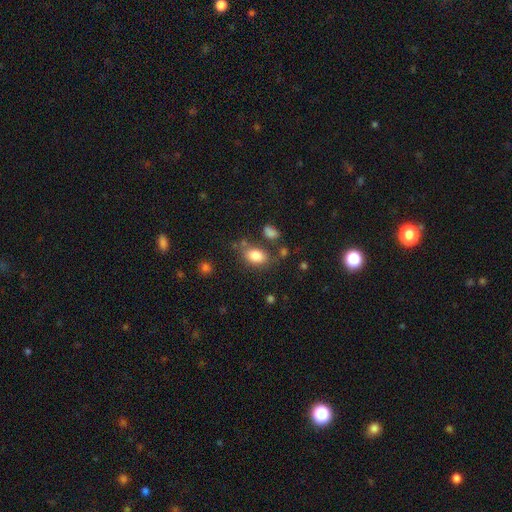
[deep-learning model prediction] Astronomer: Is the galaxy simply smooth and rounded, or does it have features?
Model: smooth — 83%.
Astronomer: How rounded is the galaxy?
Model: in between — 83%.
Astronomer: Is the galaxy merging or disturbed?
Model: none — 68%.